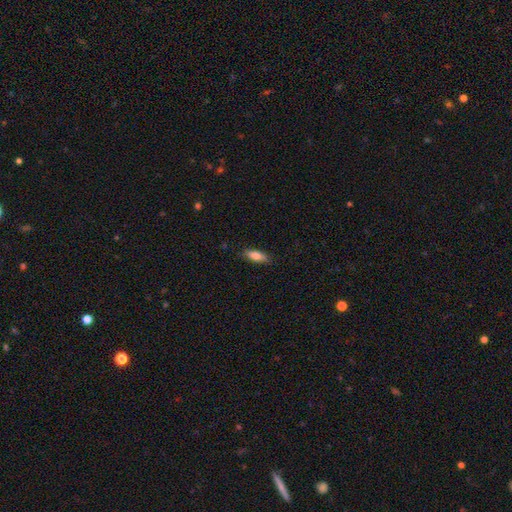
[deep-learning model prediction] smooth-or-featured: smooth: 80% | featured or disk: 14% | star or artifact: 6%
  how-rounded: in between: 64% | cigar-shaped: 34% | round: 2%
  merging: none: 87% | minor disturbance: 10% | major disturbance: 2% | merger: 1%